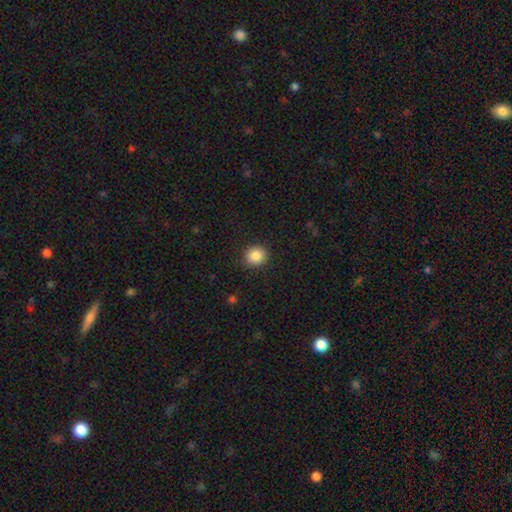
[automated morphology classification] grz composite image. It shows a smooth galaxy with no disk features (86%) that is round (85%). Merging: none (88%).